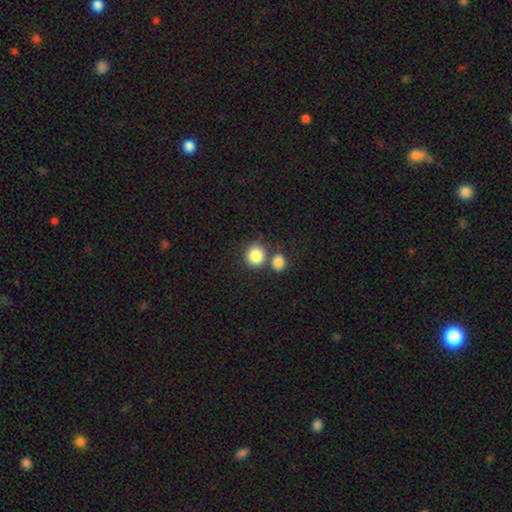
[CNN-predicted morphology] Overall: smooth (85%). How rounded: round (85%). Merging: none (61%; merger 27%).